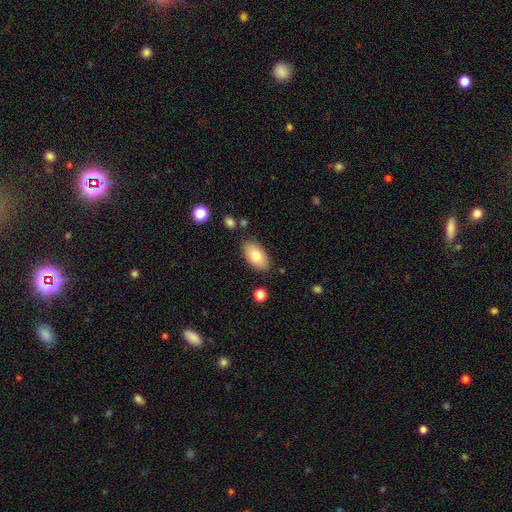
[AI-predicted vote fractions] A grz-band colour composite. It shows a smooth galaxy with no disk features (78%) that is in between round and cigar-shaped (94%). Merging: none (84%).